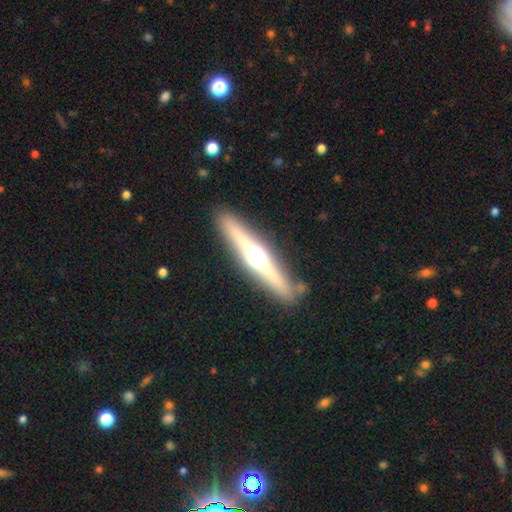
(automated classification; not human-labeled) Smooth or featured? Predicted: featured or disk (p=0.70). Edge-on disk? Predicted: yes (p=0.95). Edge-on bulge? Predicted: rounded (p=0.93). Merging? Predicted: none (p=0.87).